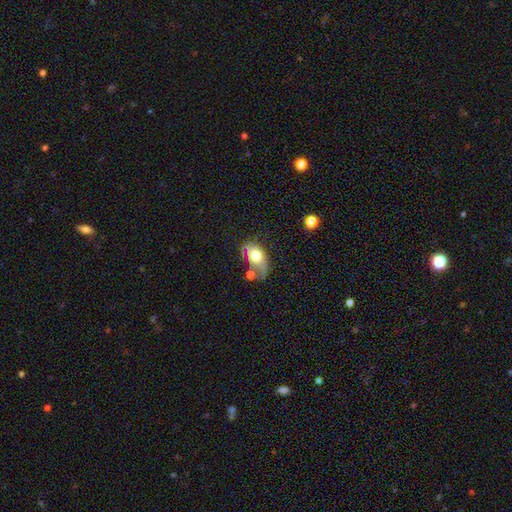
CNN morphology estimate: Overall: smooth (64%; featured or disk 28%). How rounded: in between (84%). Merging: none (29%; minor disturbance 25%).